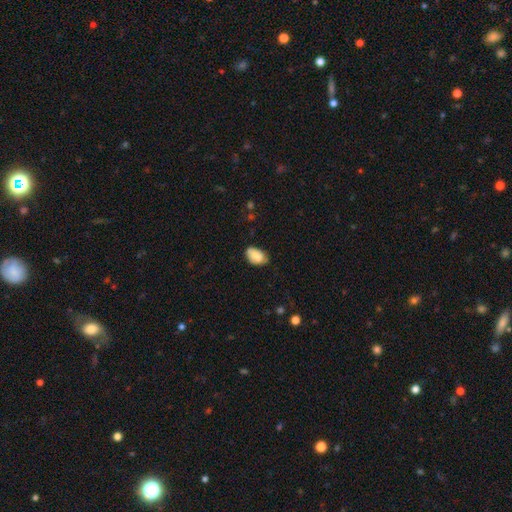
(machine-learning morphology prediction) A smooth galaxy with no disk features (75%) that is in between round and cigar-shaped (84%). Merging: none (59%).